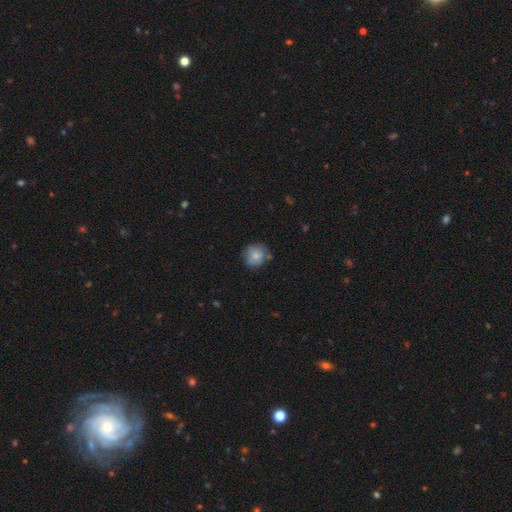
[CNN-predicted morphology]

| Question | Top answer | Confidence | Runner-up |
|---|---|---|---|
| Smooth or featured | smooth | 72% | featured or disk (20%) |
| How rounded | round | 84% | in between (15%) |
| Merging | none | 68% | minor disturbance (23%) |